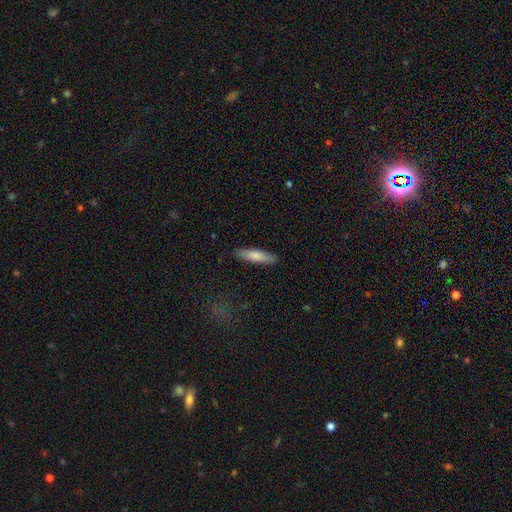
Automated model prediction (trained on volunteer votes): smooth_or_featured: smooth (p=0.79) [alt: featured or disk p=0.16]
how_rounded: cigar-shaped (p=0.71) [alt: in between p=0.27]
merging: none (p=0.89) [alt: minor disturbance p=0.08]